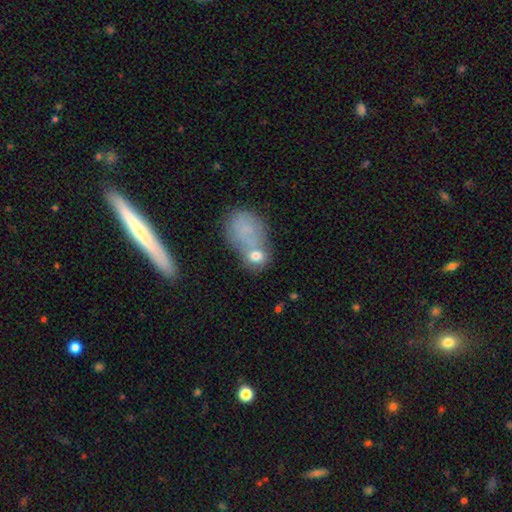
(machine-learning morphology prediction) A smooth galaxy with no disk features (72%) that is round (50%).

Vote fractions:
- Smooth or featured? smooth: 72% / featured or disk: 18% / star or artifact: 10%
- How rounded? round: 50% / in between: 48% / cigar-shaped: 2%
- Merging? merger: 53% / none: 27% / minor disturbance: 12% / major disturbance: 9%